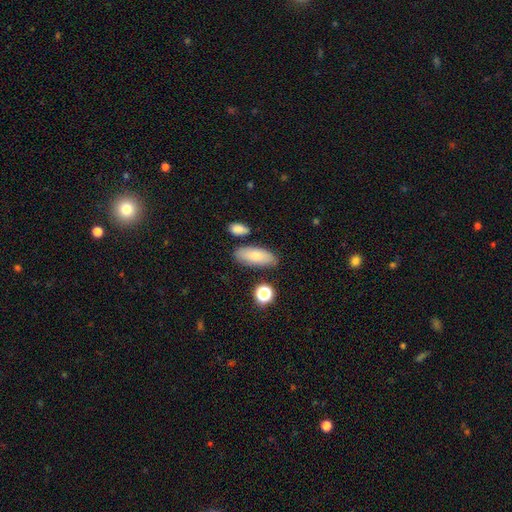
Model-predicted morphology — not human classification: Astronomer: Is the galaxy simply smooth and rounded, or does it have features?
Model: smooth — 79%.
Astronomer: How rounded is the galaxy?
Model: in between — 82%.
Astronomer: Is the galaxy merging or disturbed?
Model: none — 79%.